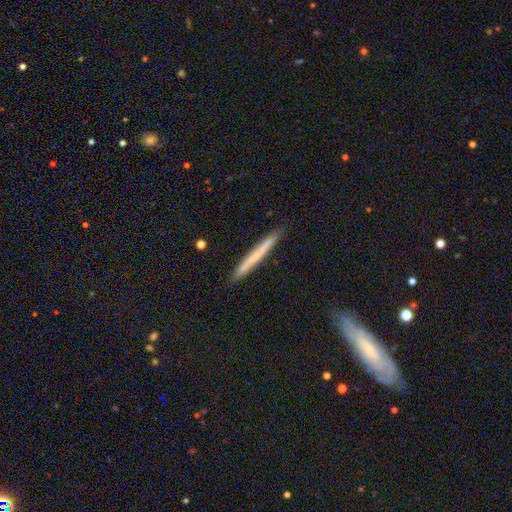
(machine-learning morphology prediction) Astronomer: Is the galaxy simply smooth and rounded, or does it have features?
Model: smooth — 57% (runner-up: featured or disk, 37%).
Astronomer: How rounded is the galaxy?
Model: cigar-shaped — 97%.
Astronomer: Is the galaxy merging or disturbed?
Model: none — 91%.